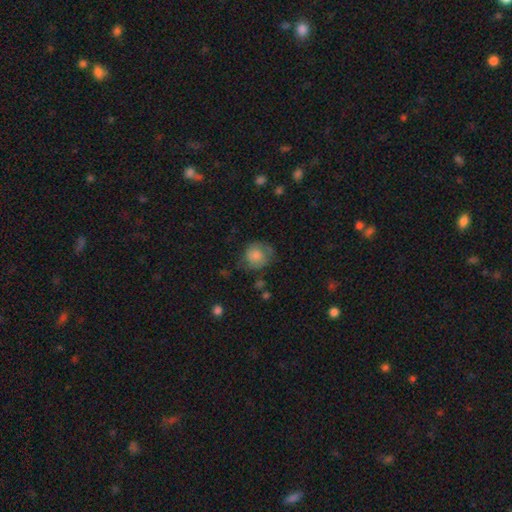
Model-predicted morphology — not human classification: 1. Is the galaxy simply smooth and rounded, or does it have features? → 63% smooth, 29% featured or disk, 8% star or artifact.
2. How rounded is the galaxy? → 82% round, 17% in between, 1% cigar-shaped.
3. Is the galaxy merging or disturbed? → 53% none, 27% minor disturbance, 18% major disturbance, 2% merger.